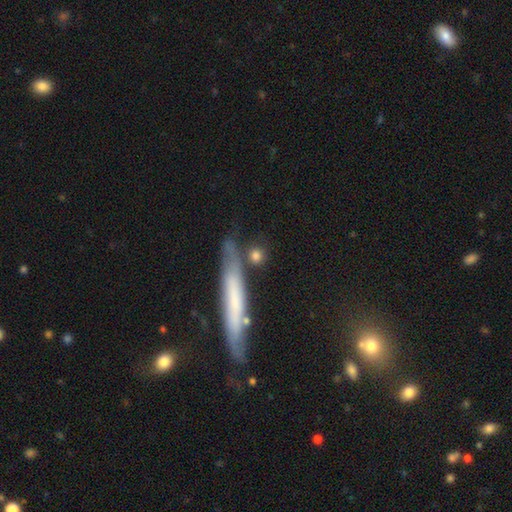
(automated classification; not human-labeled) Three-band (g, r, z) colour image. It shows a smooth galaxy with no disk features (79%) that is round (68%). Merging: none (74%).